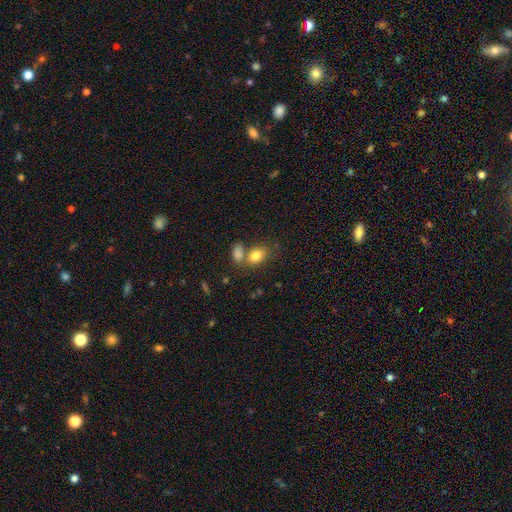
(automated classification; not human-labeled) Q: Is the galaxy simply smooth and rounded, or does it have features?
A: smooth — 81%.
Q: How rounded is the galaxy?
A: in between — 73%.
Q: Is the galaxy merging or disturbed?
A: none — 46%.